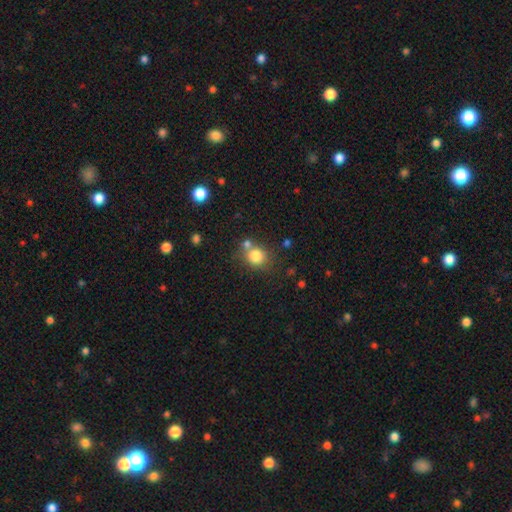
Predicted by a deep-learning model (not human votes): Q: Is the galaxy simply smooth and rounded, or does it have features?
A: smooth — 81%.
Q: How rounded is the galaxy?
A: round — 77%.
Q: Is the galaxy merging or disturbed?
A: none — 59%.